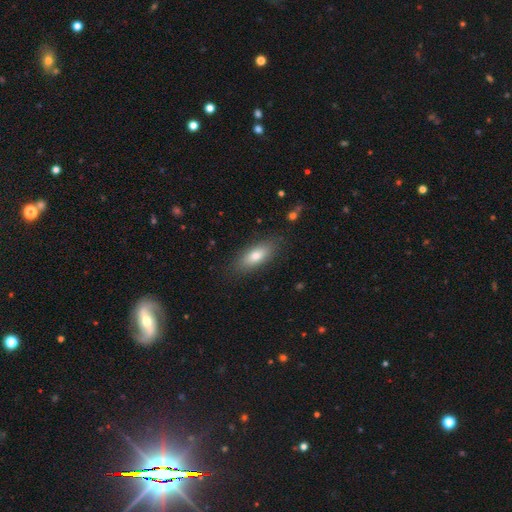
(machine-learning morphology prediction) This appears to be a smooth galaxy with no disk features (76%) that is in between round and cigar-shaped (74%). Merging: none (85%).